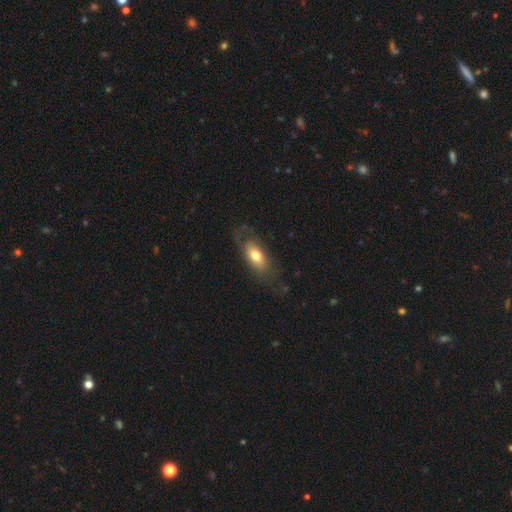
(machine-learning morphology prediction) smooth_or_featured: smooth (p=0.61) [alt: featured or disk p=0.32]
how_rounded: in between (p=0.84) [alt: cigar-shaped p=0.11]
merging: none (p=0.62) [alt: minor disturbance p=0.21]